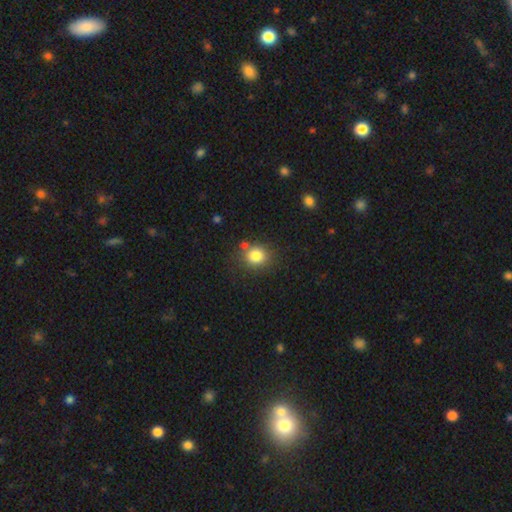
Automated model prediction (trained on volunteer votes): Smooth or featured? Predicted: smooth (p=0.82). How rounded? Predicted: round (p=0.79). Merging? Predicted: none (p=0.76).